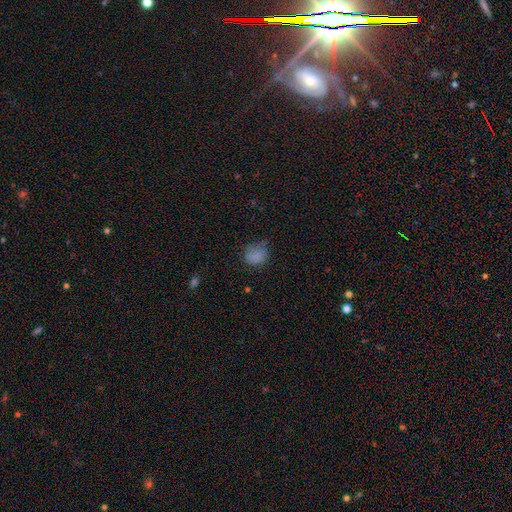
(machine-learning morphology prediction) smooth_or_featured: smooth (p=0.77) [alt: star or artifact p=0.13]
how_rounded: round (p=0.57) [alt: in between p=0.42]
merging: none (p=0.47) [alt: minor disturbance p=0.33]